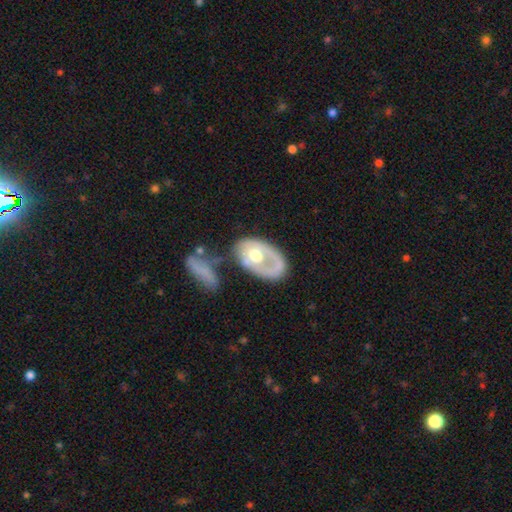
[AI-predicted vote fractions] Morphology: type=featured or disk (59%); edge-on=no (93%); bar=no (83%); spiral arms=no (70%); bulge=moderate (75%); merging=none (38%).